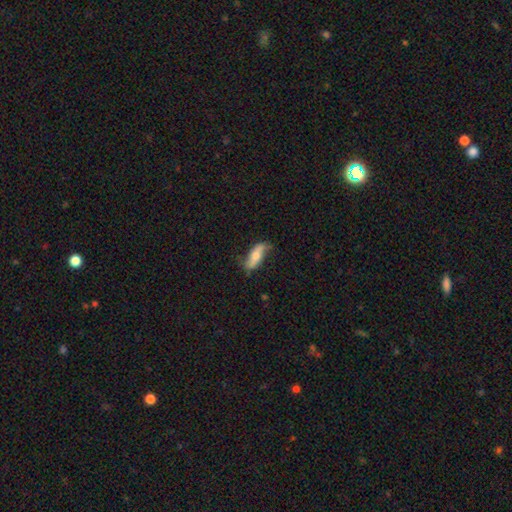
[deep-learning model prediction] A featured or disk galaxy (52%).

Vote fractions:
- Smooth or featured? featured or disk: 52% / smooth: 41% / star or artifact: 6%
- Edge-on disk? no: 76% / yes: 24%
- Merging? none: 67% / minor disturbance: 24% / major disturbance: 7% / merger: 2%